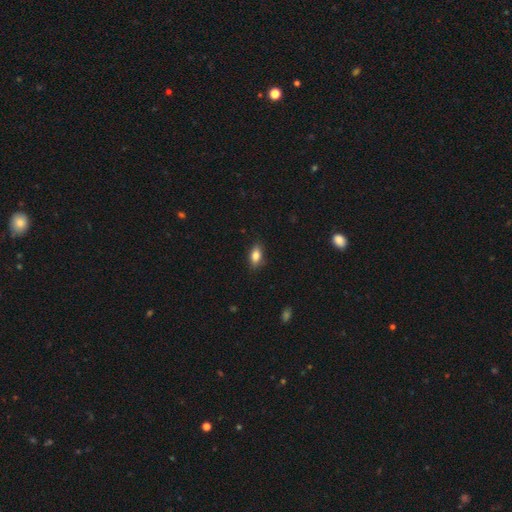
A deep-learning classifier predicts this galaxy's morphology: The model was most divided on "smooth or featured": smooth: 82%, featured or disk: 10%, star or artifact: 8%. More confident: how rounded — in between (85%); merging — none (85%).